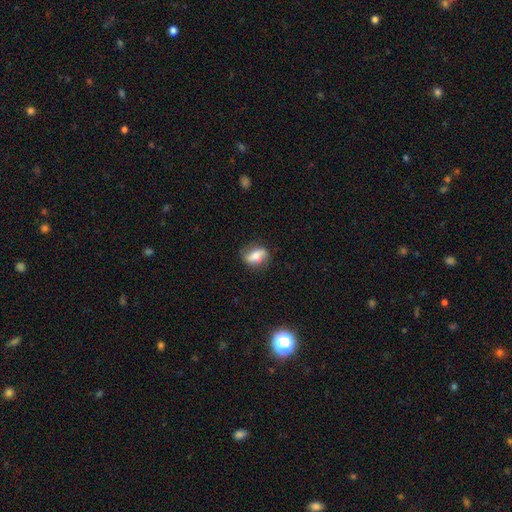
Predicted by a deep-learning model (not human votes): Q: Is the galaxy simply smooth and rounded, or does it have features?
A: smooth — 54%.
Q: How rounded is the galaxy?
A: in between — 70%.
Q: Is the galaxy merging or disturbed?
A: none — 74%.